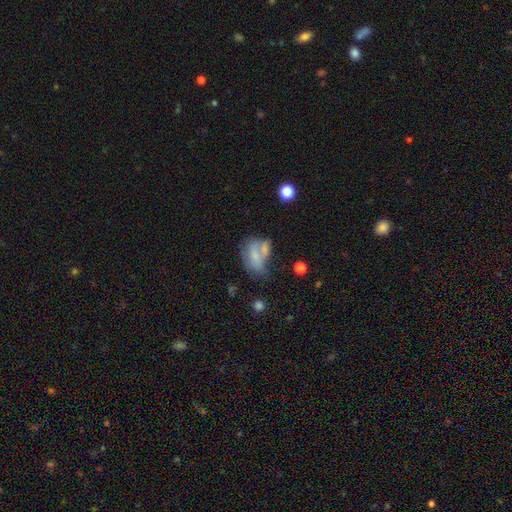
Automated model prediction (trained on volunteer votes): This appears to be a smooth galaxy with no disk features (61%) that is in between round and cigar-shaped (79%). Merging: merger (40%).